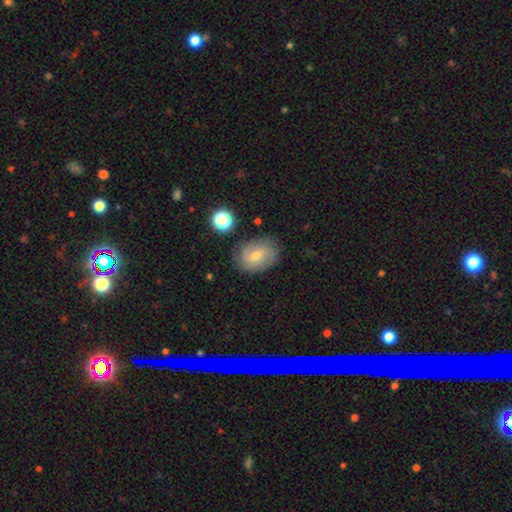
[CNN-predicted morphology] A smooth galaxy with no disk features (47%). Merging: none (79%).